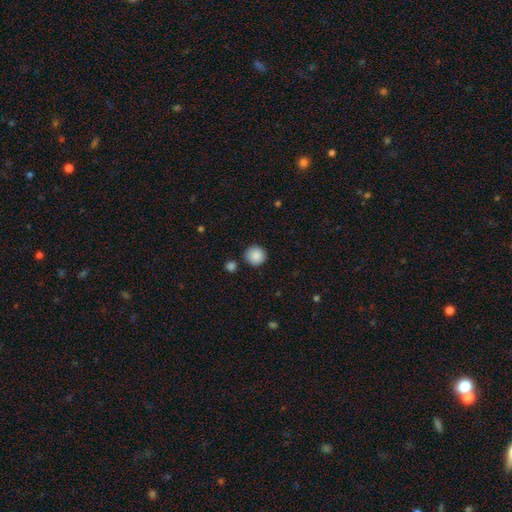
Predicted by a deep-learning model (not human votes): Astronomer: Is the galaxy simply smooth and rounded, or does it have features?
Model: smooth — 88%.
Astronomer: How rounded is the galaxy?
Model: round — 94%.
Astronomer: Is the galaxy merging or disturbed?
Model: none — 86%.